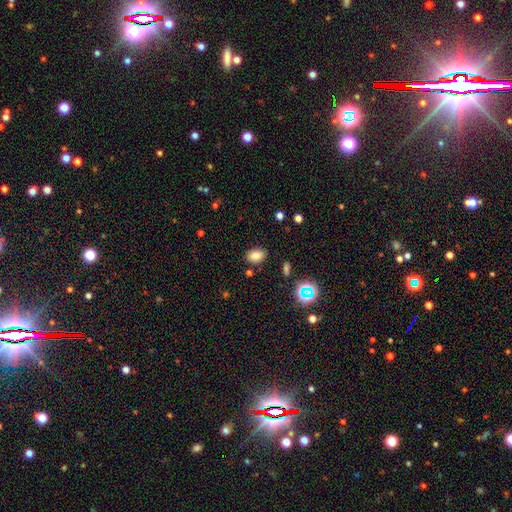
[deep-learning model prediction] smooth-or-featured: smooth: 79% | star or artifact: 14% | featured or disk: 7%
  how-rounded: in between: 79% | round: 19% | cigar-shaped: 1%
  merging: none: 83% | minor disturbance: 11% | major disturbance: 3% | merger: 3%